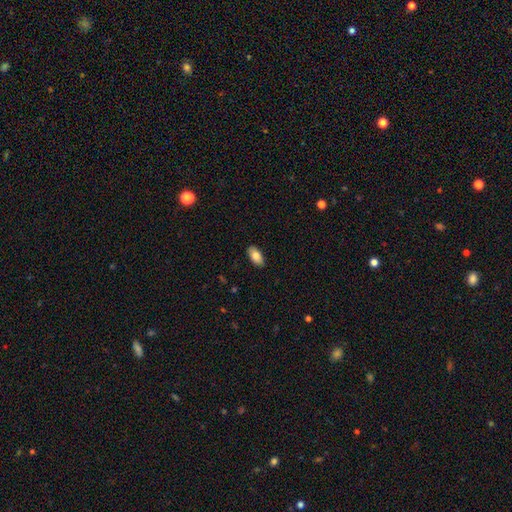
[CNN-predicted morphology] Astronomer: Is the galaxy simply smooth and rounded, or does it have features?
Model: smooth — 81%.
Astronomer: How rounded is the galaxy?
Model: in between — 92%.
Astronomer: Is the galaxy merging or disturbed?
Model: none — 89%.